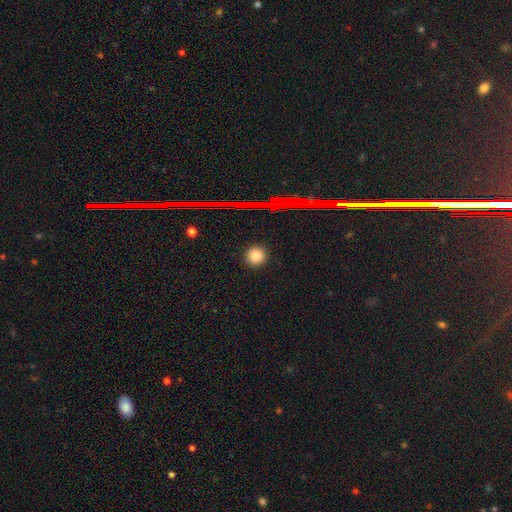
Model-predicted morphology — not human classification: A smooth galaxy with no disk features (82%) that is round (88%). Merging: none (91%).